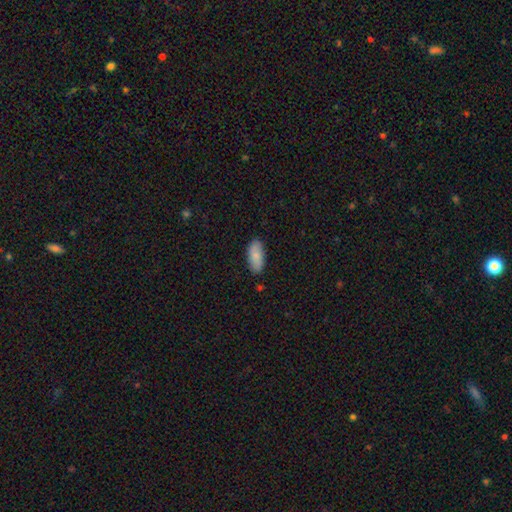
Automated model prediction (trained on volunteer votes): smooth 83%, featured or disk 11%, star or artifact 6%. Down the decision tree: how rounded — in between (88%); merging — none (85%).